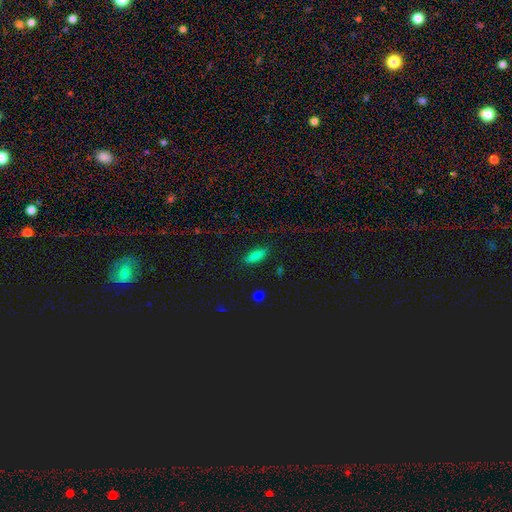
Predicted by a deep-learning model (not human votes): smooth-or-featured: smooth: 82% | star or artifact: 11% | featured or disk: 6%
  how-rounded: in between: 65% | cigar-shaped: 33% | round: 3%
  merging: none: 86% | minor disturbance: 10% | major disturbance: 3% | merger: 1%